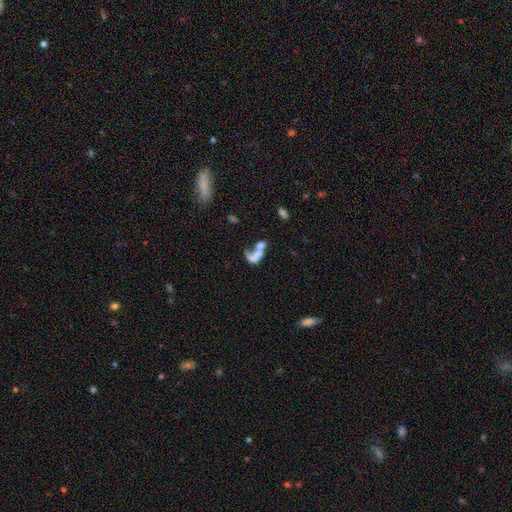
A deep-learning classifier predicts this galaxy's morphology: smooth 46%, featured or disk 40%, star or artifact 14%. Down the decision tree: merging — merger (53%).